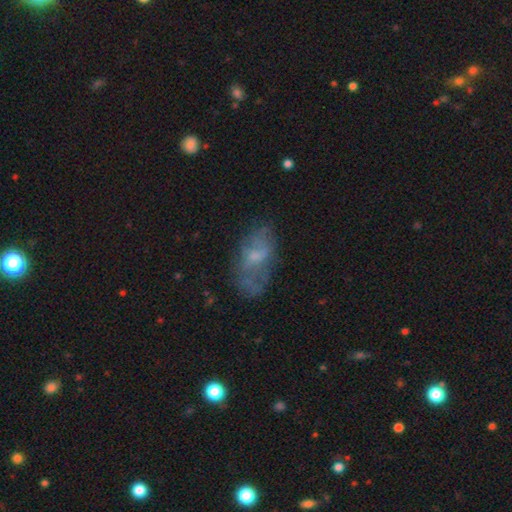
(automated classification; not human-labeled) smooth_or_featured: featured or disk (p=0.48) [alt: smooth p=0.42]
merging: none (p=0.53) [alt: minor disturbance p=0.25]